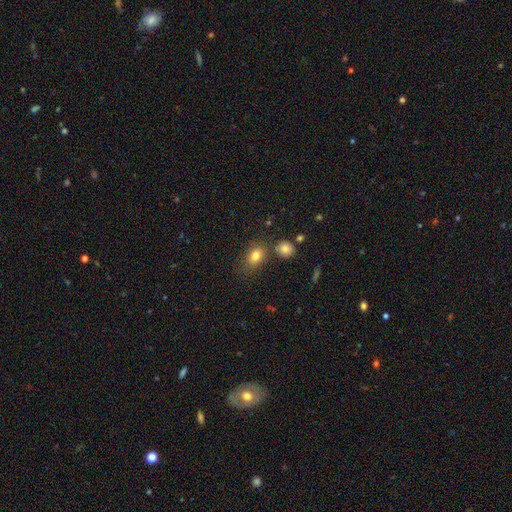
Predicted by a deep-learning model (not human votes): Morphology: type=smooth (80%); roundness=in between (74%); merging=none (65%).